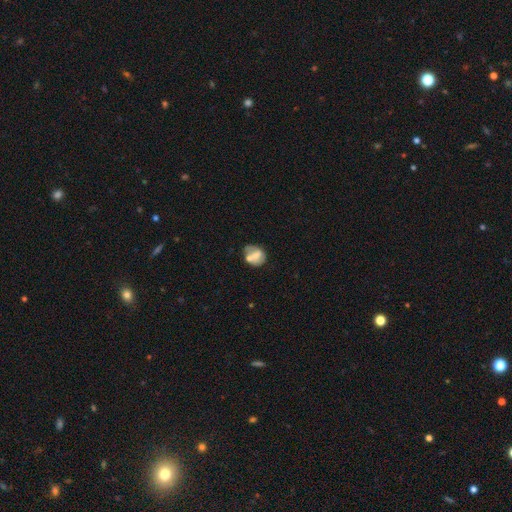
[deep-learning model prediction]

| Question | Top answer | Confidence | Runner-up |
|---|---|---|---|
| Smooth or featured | smooth | 56% | featured or disk (36%) |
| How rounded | round | 58% | in between (40%) |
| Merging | none | 41% | merger (27%) |